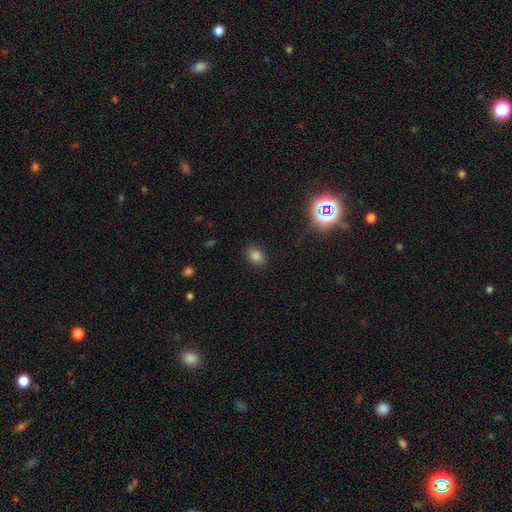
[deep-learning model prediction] Smooth or featured?
  - smooth: 80% *
  - star or artifact: 15%
  - featured or disk: 5%
How rounded?
  - in between: 64% *
  - round: 34%
  - cigar-shaped: 1%
Merging?
  - none: 87% *
  - minor disturbance: 9%
  - major disturbance: 3%
  - merger: 1%